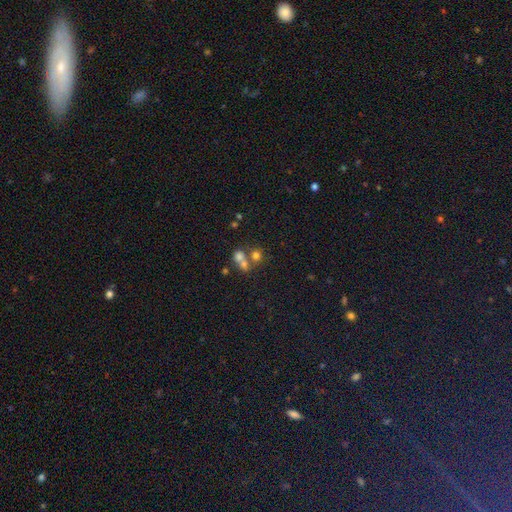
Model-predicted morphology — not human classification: smooth 66%, star or artifact 17%, featured or disk 17%. Down the decision tree: how rounded — round (76%); merging — merger (52%).